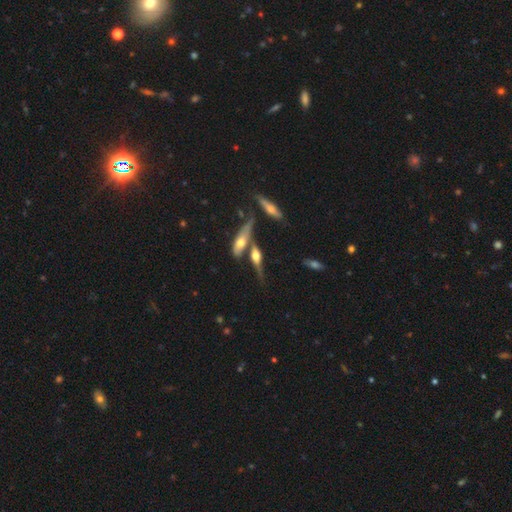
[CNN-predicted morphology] This is possibly a featured or disk galaxy (59%). It is clearly viewed edge-on (86%). Edge-on bulge: clearly rounded (90%). Merging: marginally none (44%).